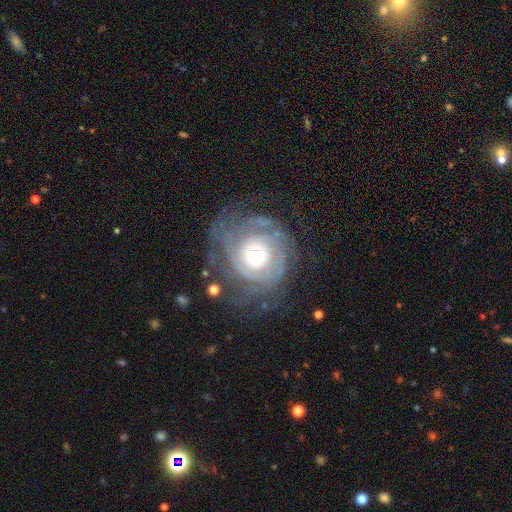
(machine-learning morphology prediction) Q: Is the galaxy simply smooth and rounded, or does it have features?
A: featured or disk — 81%.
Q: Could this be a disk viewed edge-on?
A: no — 97%.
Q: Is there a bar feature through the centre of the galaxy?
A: no — 82%.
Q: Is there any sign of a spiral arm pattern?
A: yes — 88%.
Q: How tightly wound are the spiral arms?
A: tight — 75%.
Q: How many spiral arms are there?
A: can't tell — 44%.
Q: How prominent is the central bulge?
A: moderate — 61%.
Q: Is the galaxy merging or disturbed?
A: none — 65%.